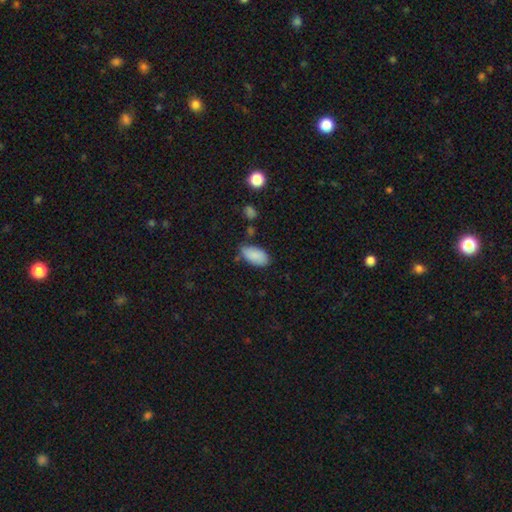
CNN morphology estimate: Q: Smooth or featured?
A: smooth (87%); runner-up: star or artifact (7%)
Q: How rounded?
A: in between (94%); runner-up: round (3%)
Q: Merging?
A: none (66%); runner-up: minor disturbance (24%)